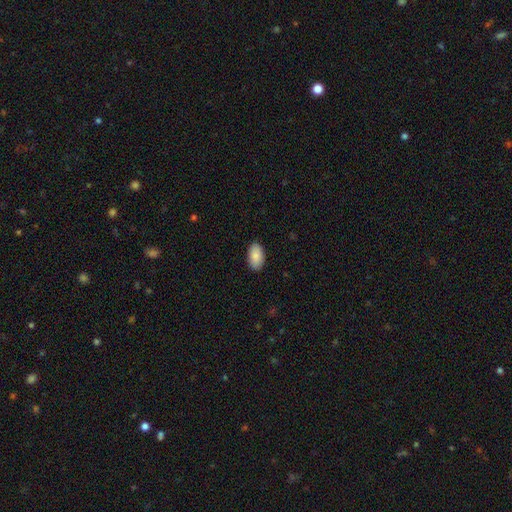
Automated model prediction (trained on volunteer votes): smooth 89%, star or artifact 6%, featured or disk 5%. Down the decision tree: how rounded — in between (95%); merging — none (89%).